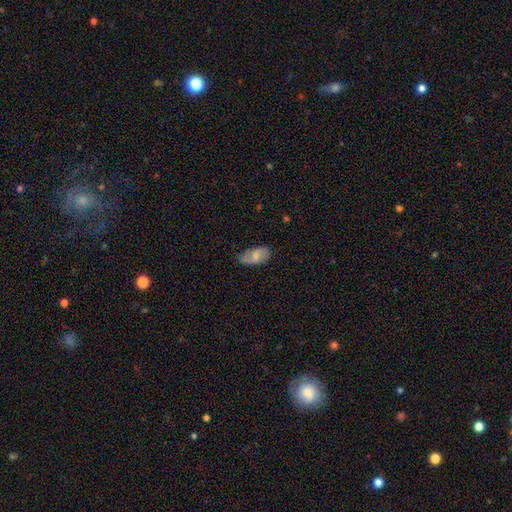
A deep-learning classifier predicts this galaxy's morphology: Smooth or featured? Predicted: smooth (p=0.65). How rounded? Predicted: in between (p=0.93). Merging? Predicted: none (p=0.63).